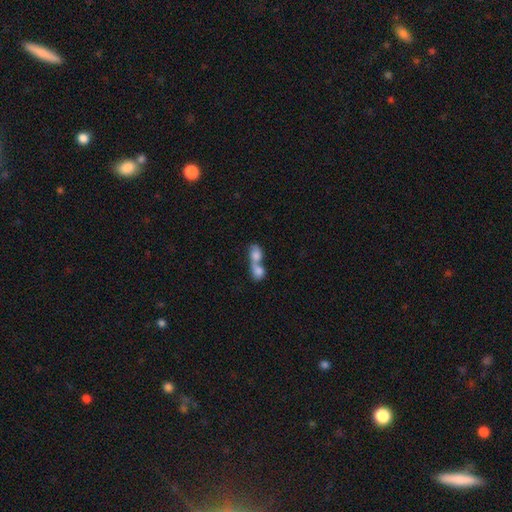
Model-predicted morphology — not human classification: type=smooth (75%); roundness=in between (61%); merging=merger (84%).